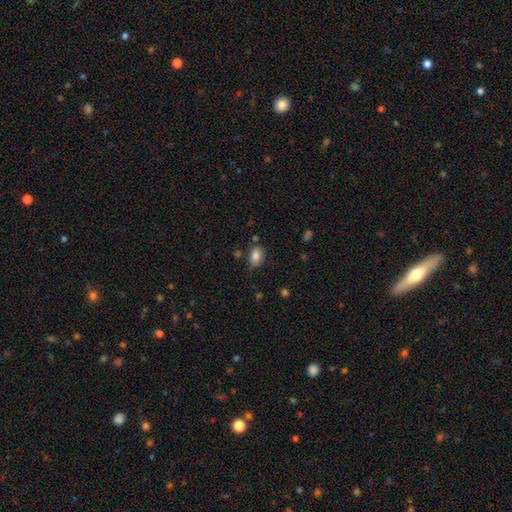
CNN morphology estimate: Smooth or featured?
  - smooth: 84% *
  - star or artifact: 9%
  - featured or disk: 7%
How rounded?
  - in between: 80% *
  - round: 19%
  - cigar-shaped: 1%
Merging?
  - none: 70% *
  - minor disturbance: 22%
  - major disturbance: 4%
  - merger: 4%